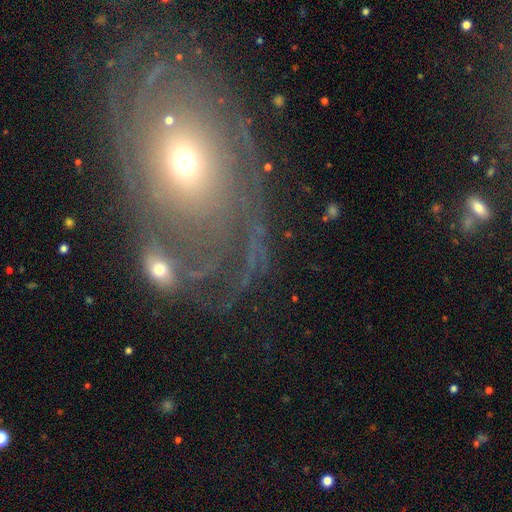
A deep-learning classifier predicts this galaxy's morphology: smooth_or_featured: featured or disk (p=0.58) [alt: smooth p=0.24]
disk_edge_on: no (p=0.93) [alt: yes p=0.07]
bar: no (p=0.75) [alt: weak p=0.17]
has_spiral_arms: yes (p=0.60) [alt: no p=0.40]
bulge_size: moderate (p=0.48) [alt: small p=0.38]
merging: none (p=0.48) [alt: major disturbance p=0.21]